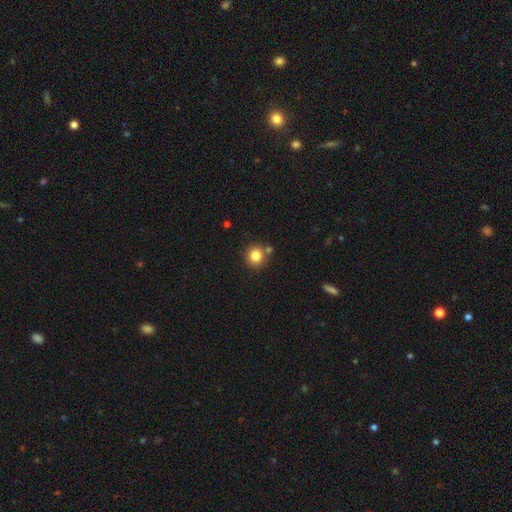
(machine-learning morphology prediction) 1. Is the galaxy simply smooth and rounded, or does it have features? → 83% smooth, 11% star or artifact, 6% featured or disk.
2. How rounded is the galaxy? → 91% round, 8% in between, 1% cigar-shaped.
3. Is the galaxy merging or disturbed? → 78% none, 11% merger, 9% minor disturbance, 3% major disturbance.